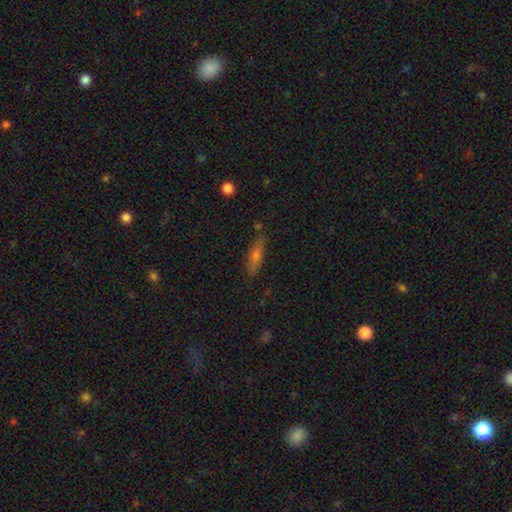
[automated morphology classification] Smooth or featured: smooth — 61% (featured or disk — 29%)
How rounded: cigar-shaped — 57% (in between — 40%)
Merging: none — 77% (minor disturbance — 16%)